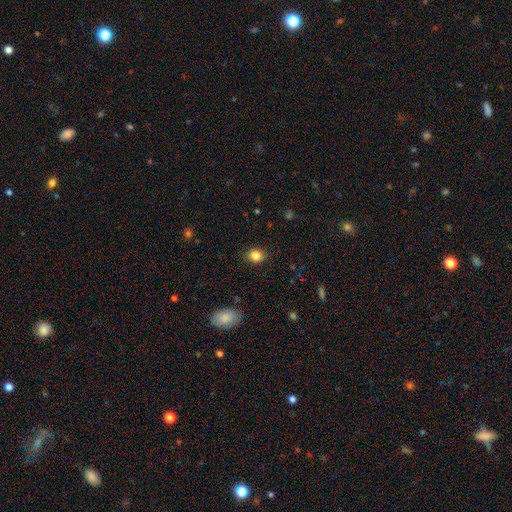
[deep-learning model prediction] Overall: smooth (85%). How rounded: round (65%; in between 34%). Merging: none (87%).